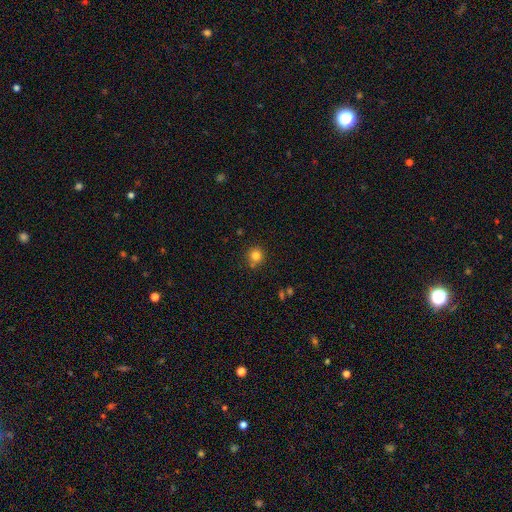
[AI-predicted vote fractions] Morphology: type=smooth (82%); roundness=round (90%); merging=none (77%).